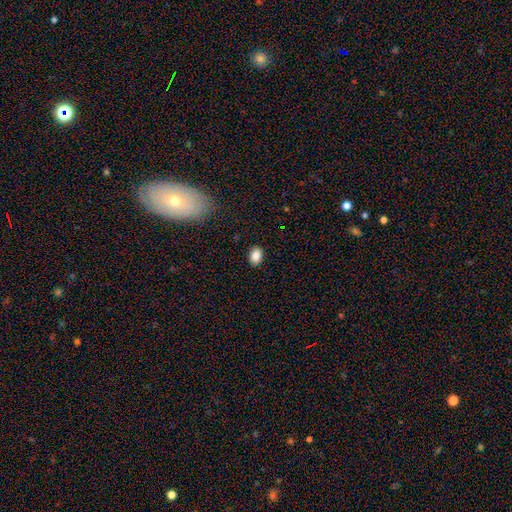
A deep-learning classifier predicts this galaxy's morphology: A smooth galaxy with no disk features (85%) that is in between round and cigar-shaped (69%). Merging: none (88%).